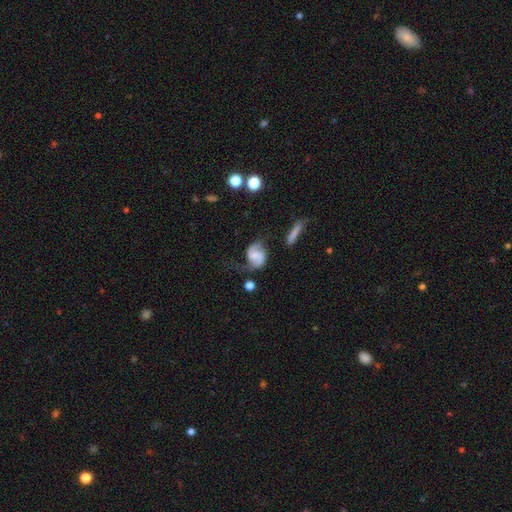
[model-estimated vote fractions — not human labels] This appears to be a featured or disk galaxy (76%) with no bar (46%), 2 (89%) loose (42%, tied with medium) spiral arms (95%) and no central bulge (44%). Merging: none (56%).